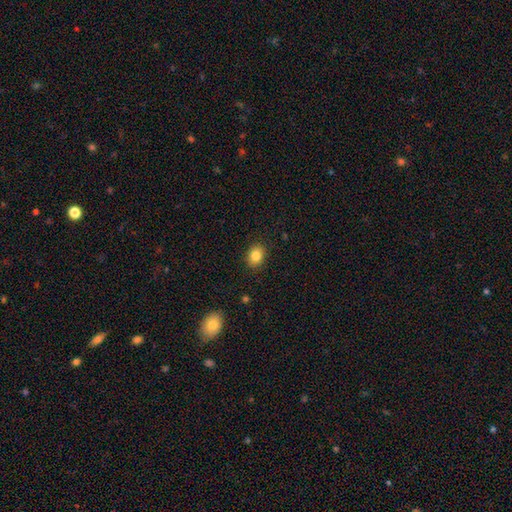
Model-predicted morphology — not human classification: Smooth or featured? smooth (84%)
How rounded? in between (54%)
Merging? none (89%)